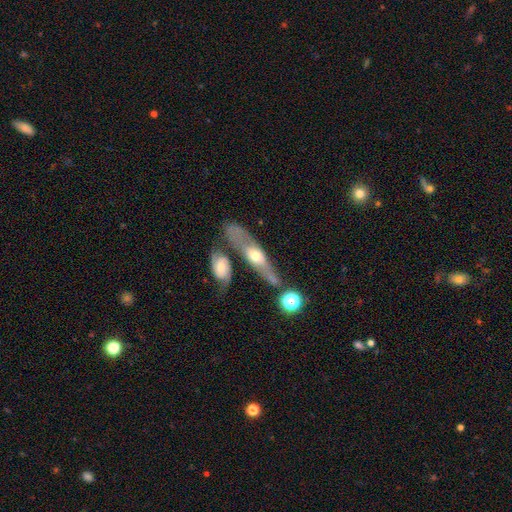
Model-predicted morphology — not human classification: Smooth or featured: featured or disk — 64% (smooth — 30%)
Edge-on disk: yes — 57% (no — 43%)
Merging: none — 52% (merger — 24%)